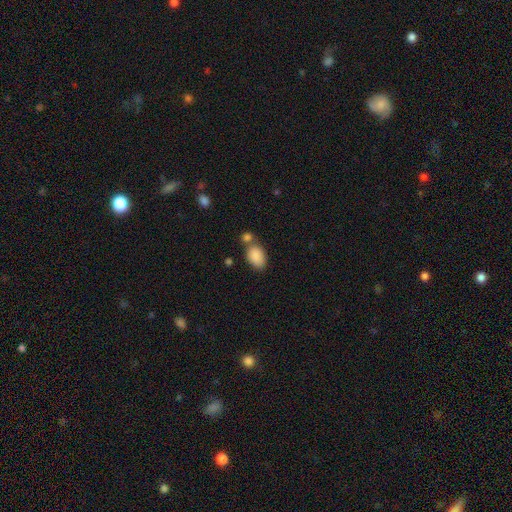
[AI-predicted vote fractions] Smooth or featured: smooth — 88% (star or artifact — 8%)
How rounded: in between — 86% (round — 12%)
Merging: none — 51% (merger — 29%)